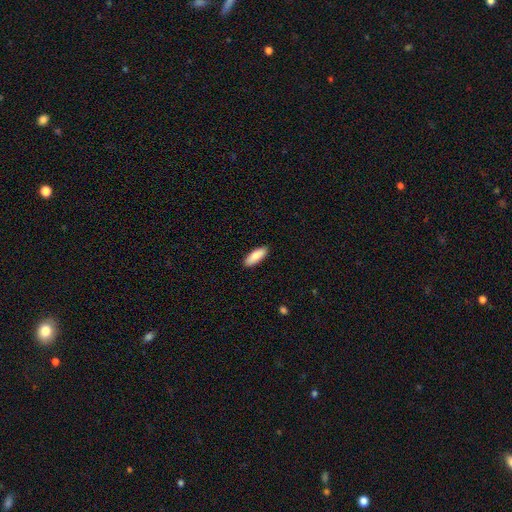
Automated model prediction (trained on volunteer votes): smooth-or-featured: smooth: 87% | featured or disk: 7% | star or artifact: 5%
  how-rounded: in between: 65% | cigar-shaped: 33% | round: 2%
  merging: none: 90% | minor disturbance: 7% | major disturbance: 2% | merger: 1%